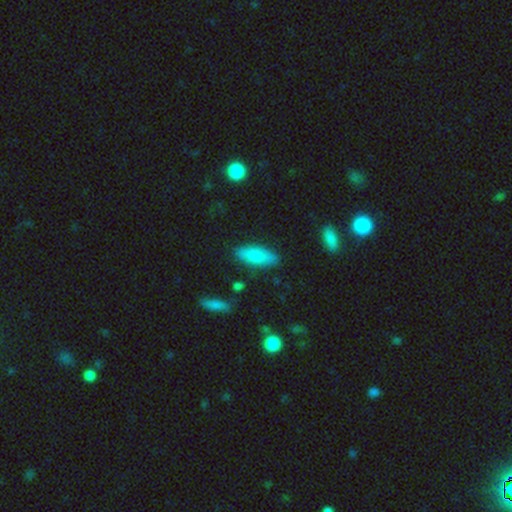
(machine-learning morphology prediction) Smooth or featured? Predicted: smooth (p=0.79). How rounded? Predicted: in between (p=0.69). Merging? Predicted: none (p=0.83).